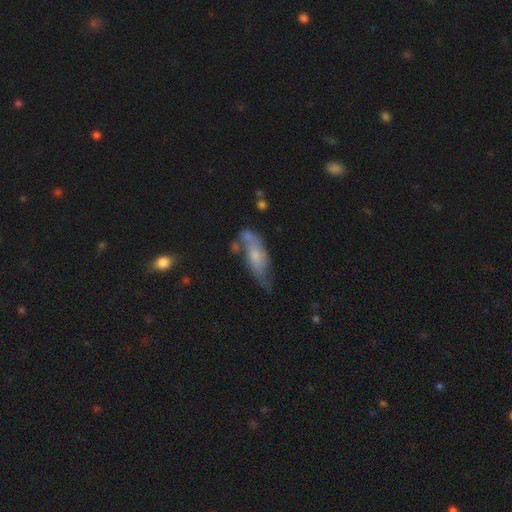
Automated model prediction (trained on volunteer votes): Morphology: type=smooth (50%); roundness=in between (67%); merging=none (36%).